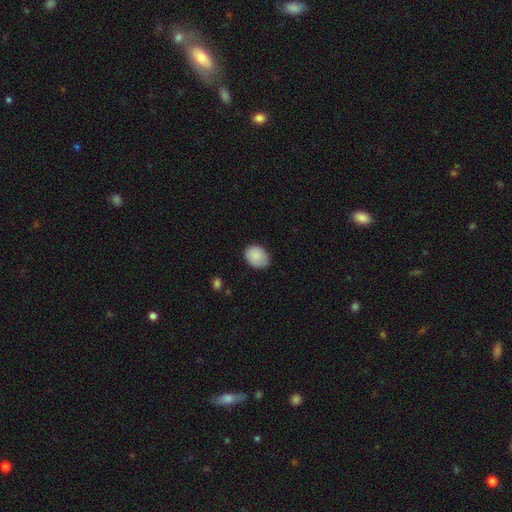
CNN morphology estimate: This is clearly a smooth galaxy (87%). How rounded: likely in between (60%). Merging: likely none (78%).